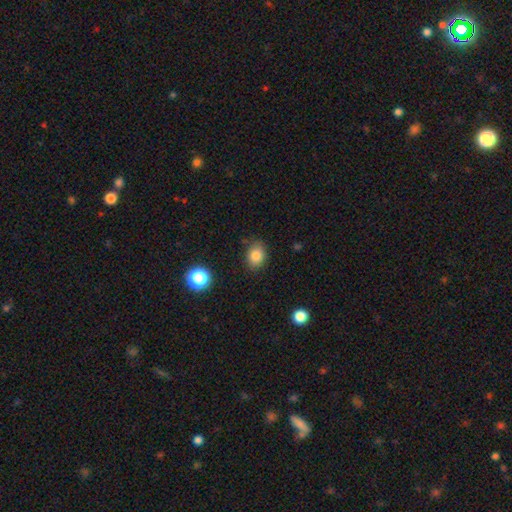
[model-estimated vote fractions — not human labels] Smooth or featured?
  - smooth: 83% *
  - star or artifact: 11%
  - featured or disk: 7%
How rounded?
  - in between: 57% *
  - round: 42%
  - cigar-shaped: 1%
Merging?
  - none: 82% *
  - minor disturbance: 13%
  - major disturbance: 3%
  - merger: 2%